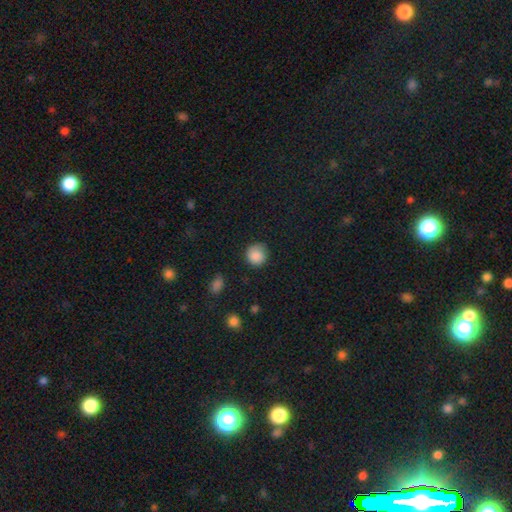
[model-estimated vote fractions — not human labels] smooth-or-featured: smooth: 86% | star or artifact: 9% | featured or disk: 6%
  how-rounded: round: 89% | in between: 10% | cigar-shaped: 1%
  merging: none: 78% | minor disturbance: 17% | major disturbance: 4% | merger: 1%